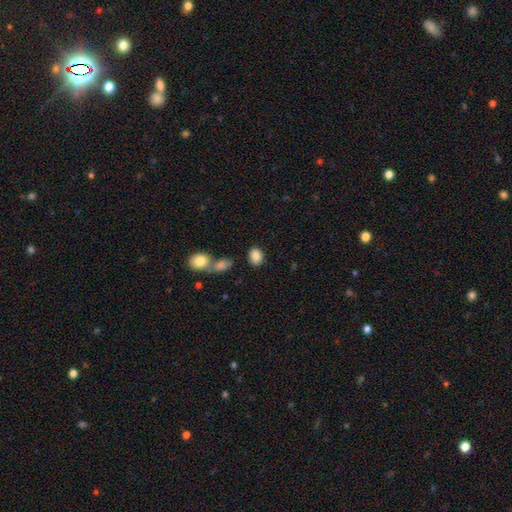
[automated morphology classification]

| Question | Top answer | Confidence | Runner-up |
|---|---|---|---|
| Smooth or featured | smooth | 85% | star or artifact (8%) |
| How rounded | in between | 65% | round (34%) |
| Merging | none | 80% | minor disturbance (10%) |